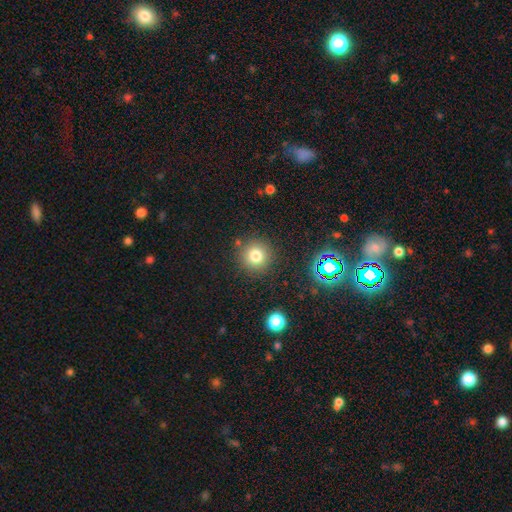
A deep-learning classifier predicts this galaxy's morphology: Overall: smooth (77%). How rounded: round (94%). Merging: none (88%).